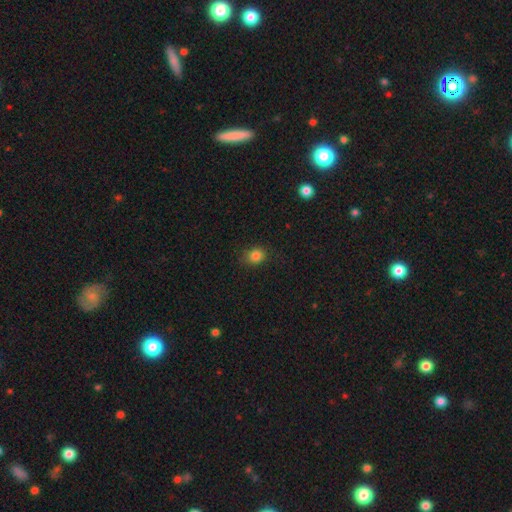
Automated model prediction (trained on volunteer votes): The model was most divided on "how rounded": round: 56%, in between: 43%, cigar-shaped: 1%. More confident: smooth or featured — smooth (82%); merging — none (80%).